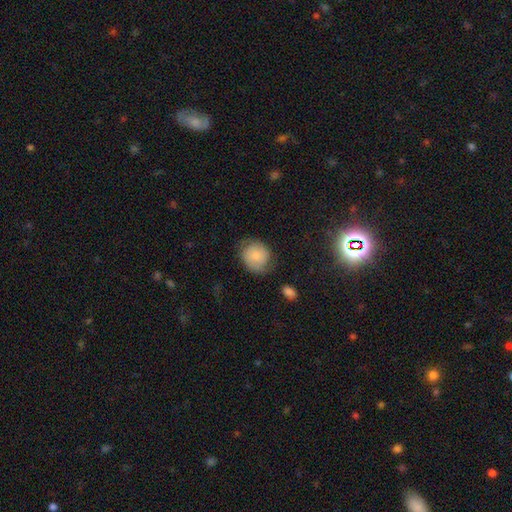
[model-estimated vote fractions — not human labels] A smooth galaxy with no disk features (70%) that is round (70%). Merging: none (63%).